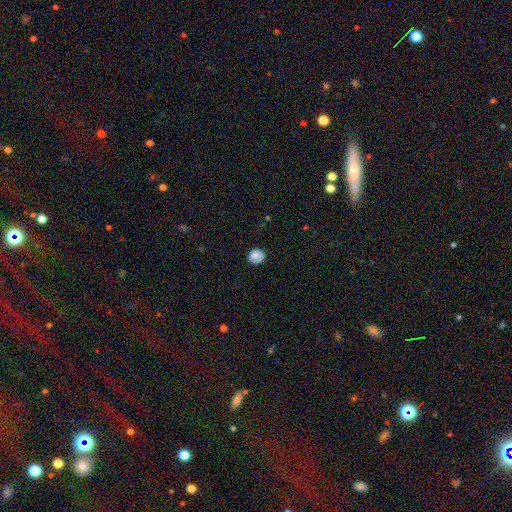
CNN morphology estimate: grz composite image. It shows a smooth galaxy with no disk features (79%) that is round (79%). Merging: none (76%).